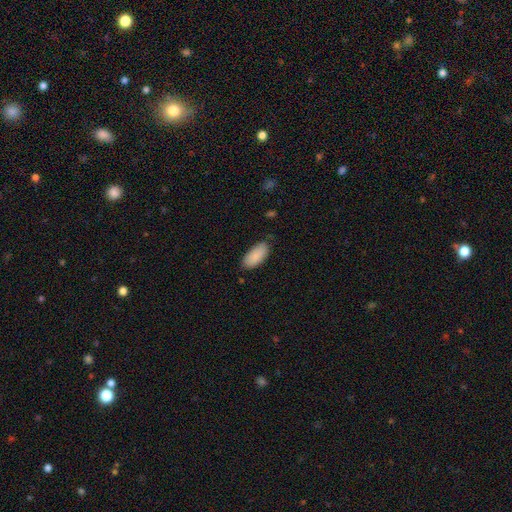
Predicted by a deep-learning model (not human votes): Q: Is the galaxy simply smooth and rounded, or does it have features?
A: smooth — 88%.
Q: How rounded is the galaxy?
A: in between — 92%.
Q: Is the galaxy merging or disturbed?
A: none — 75%.